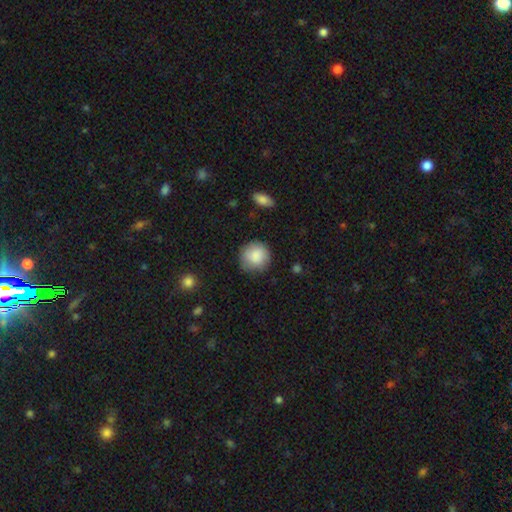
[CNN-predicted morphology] smooth_or_featured: smooth (p=0.86) [alt: featured or disk p=0.07]
how_rounded: round (p=0.92) [alt: in between p=0.08]
merging: none (p=0.79) [alt: minor disturbance p=0.16]